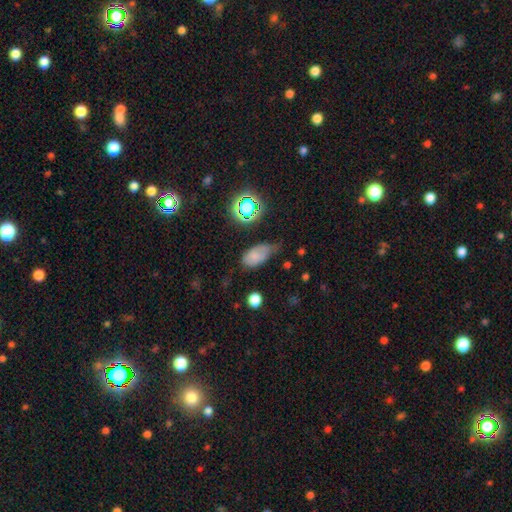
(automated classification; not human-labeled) smooth-or-featured: smooth: 72% | star or artifact: 15% | featured or disk: 13%
  how-rounded: in between: 90% | round: 7% | cigar-shaped: 4%
  merging: minor disturbance: 43% | none: 38% | major disturbance: 15% | merger: 4%